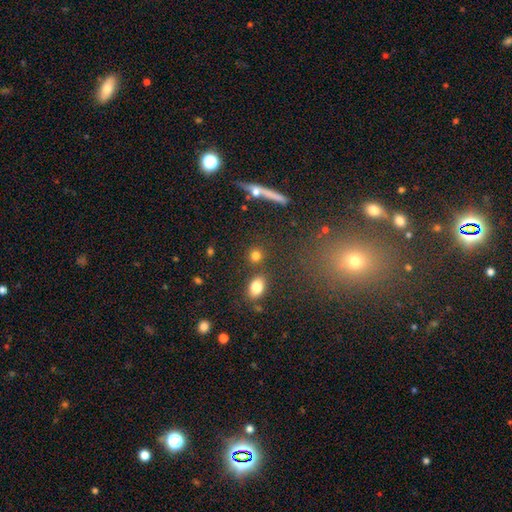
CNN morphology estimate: Smooth or featured? smooth (81%)
How rounded? round (71%)
Merging? none (77%)